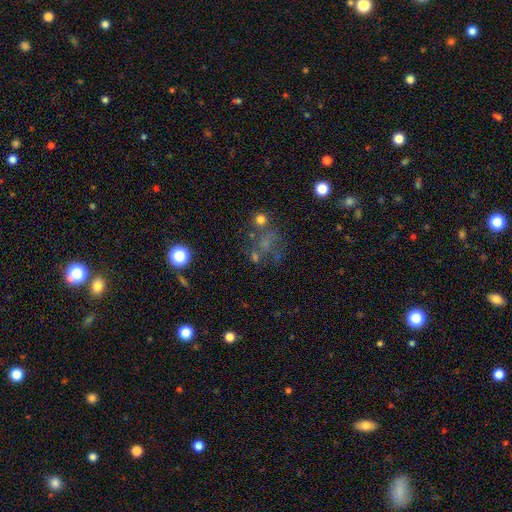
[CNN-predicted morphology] This is marginally a smooth galaxy (37%). Merging: possibly none (47%).